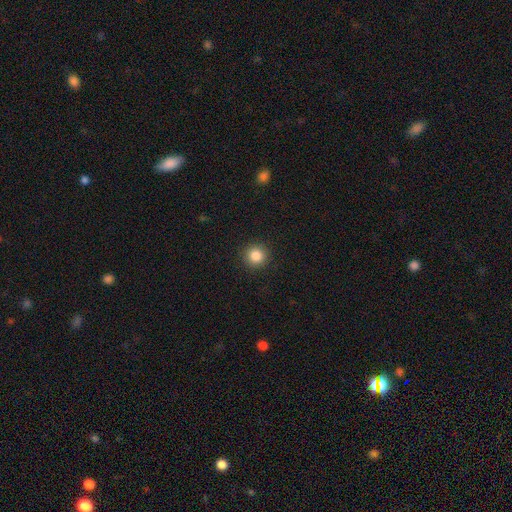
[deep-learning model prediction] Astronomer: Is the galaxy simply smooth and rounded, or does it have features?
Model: smooth — 85%.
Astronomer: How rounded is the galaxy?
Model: round — 94%.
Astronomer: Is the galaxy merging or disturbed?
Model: none — 92%.